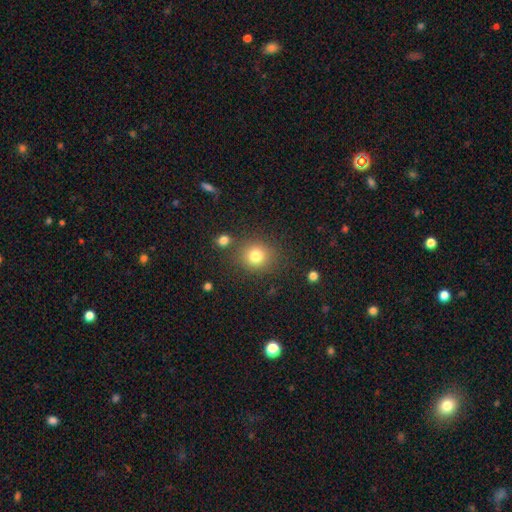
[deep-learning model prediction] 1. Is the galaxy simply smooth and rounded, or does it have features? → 80% smooth, 13% star or artifact, 8% featured or disk.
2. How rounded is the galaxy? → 83% round, 16% in between, 1% cigar-shaped.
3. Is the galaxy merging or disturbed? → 81% none, 10% minor disturbance, 6% merger, 4% major disturbance.